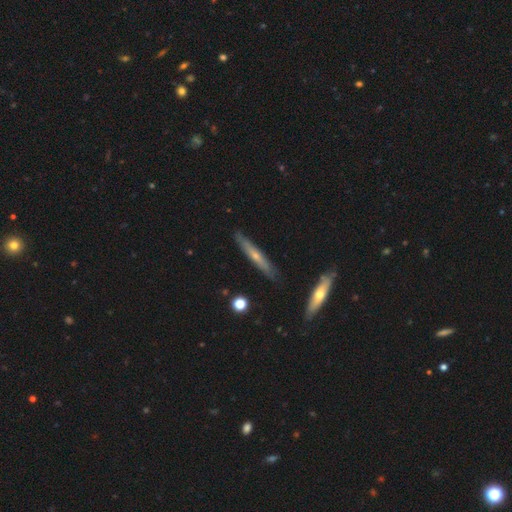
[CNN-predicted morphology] featured or disk 55%, smooth 39%, star or artifact 6%. Down the decision tree: edge-on disk — yes (92%); edge-on bulge — rounded (65%); merging — none (86%).